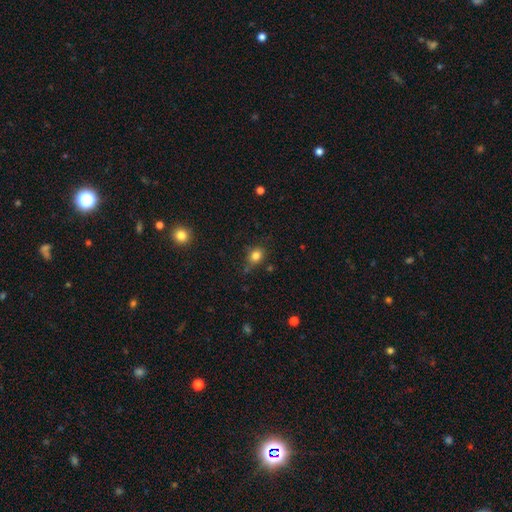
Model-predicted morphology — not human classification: Q: Smooth or featured?
A: smooth (82%); runner-up: star or artifact (12%)
Q: How rounded?
A: round (57%); runner-up: in between (42%)
Q: Merging?
A: none (70%); runner-up: minor disturbance (21%)